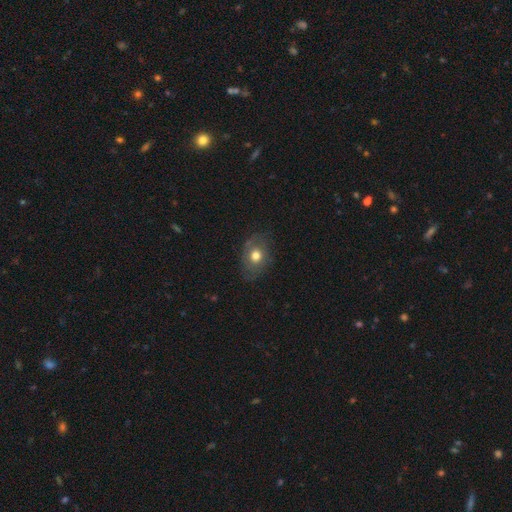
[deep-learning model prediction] Smooth or featured?
  - smooth: 61% *
  - featured or disk: 29%
  - star or artifact: 9%
How rounded?
  - in between: 60% *
  - round: 39%
  - cigar-shaped: 1%
Merging?
  - none: 73% *
  - minor disturbance: 19%
  - major disturbance: 7%
  - merger: 1%